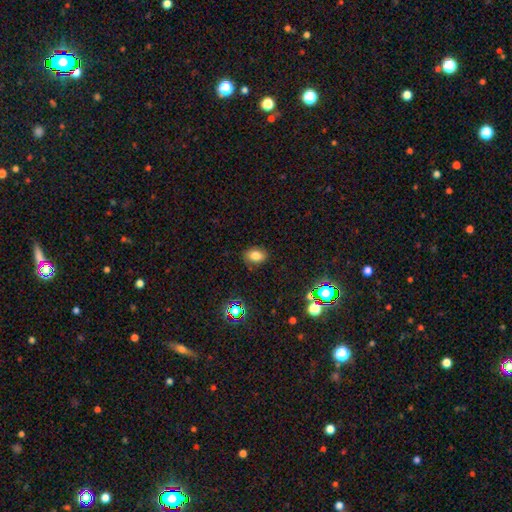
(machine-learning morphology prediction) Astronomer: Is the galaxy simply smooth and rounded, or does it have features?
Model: smooth — 76%.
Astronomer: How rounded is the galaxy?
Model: in between — 74%.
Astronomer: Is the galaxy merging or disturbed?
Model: none — 83%.